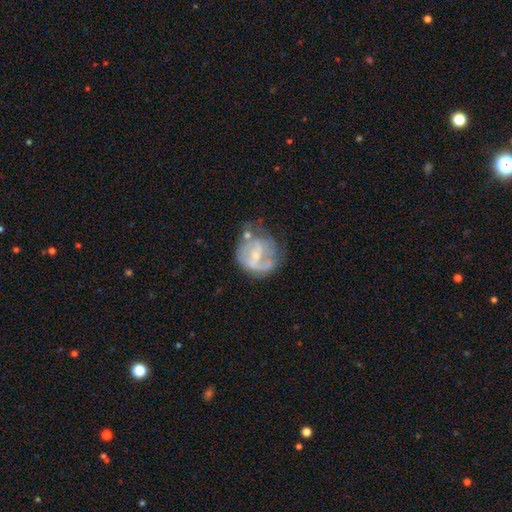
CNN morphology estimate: A featured or disk galaxy (70%) with no bar (44%), spiral arms (66%) and a small central bulge (69%). Merging: none (42%).